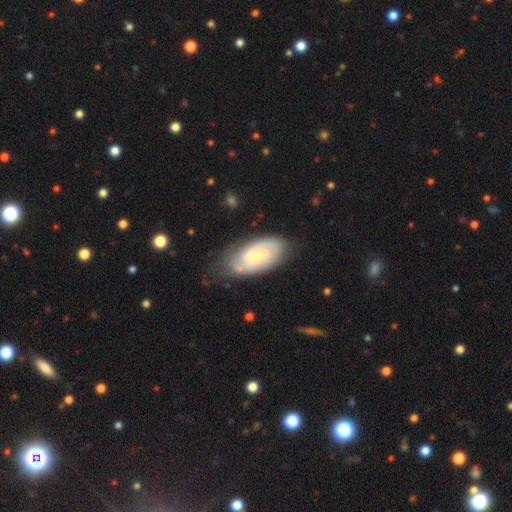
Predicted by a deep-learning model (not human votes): Smooth or featured: featured or disk — 65% (smooth — 29%)
Edge-on disk: no — 94% (yes — 6%)
Bar: weak — 45% (tied with no — 45%)
Spiral arms: yes — 88% (no — 12%)
Spiral winding: tight — 47% (medium — 39%)
Spiral arm count: 2 — 59% (can't tell — 28%)
Bulge size: small — 61% (moderate — 30%)
Merging: none — 69% (minor disturbance — 22%)